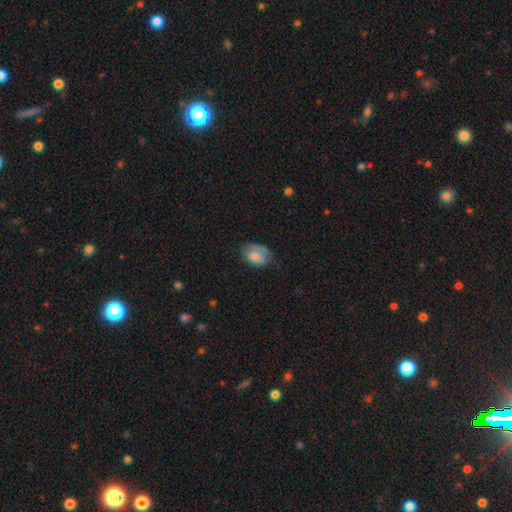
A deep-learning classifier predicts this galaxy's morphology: Smooth or featured? Predicted: smooth (p=0.72). How rounded? Predicted: in between (p=0.85). Merging? Predicted: none (p=0.50).